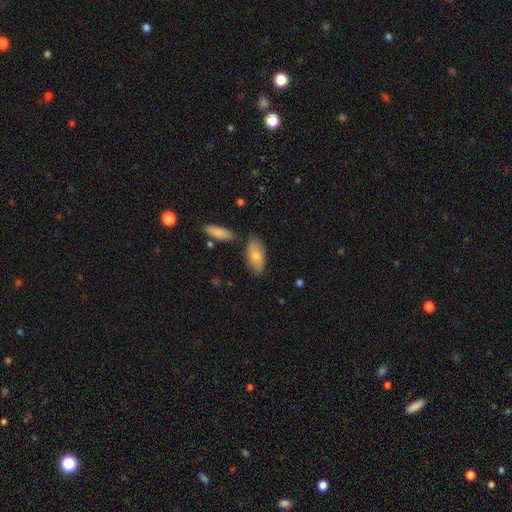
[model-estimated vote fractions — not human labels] The model was most divided on "smooth or featured": smooth: 75%, featured or disk: 19%, star or artifact: 6%. More confident: how rounded — in between (89%); merging — none (75%).